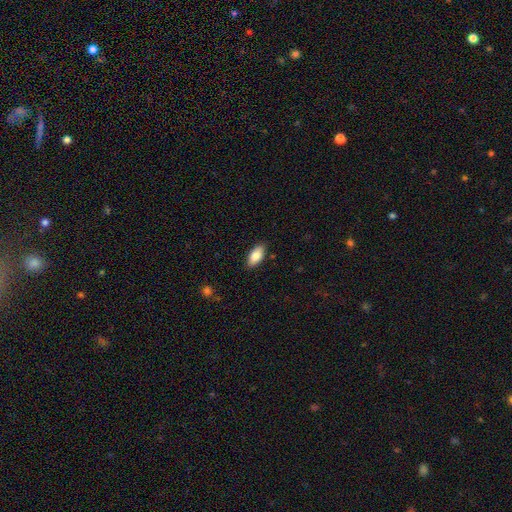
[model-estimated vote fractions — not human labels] This appears to be a smooth galaxy with no disk features (85%) that is in between round and cigar-shaped (92%). Merging: none (87%).